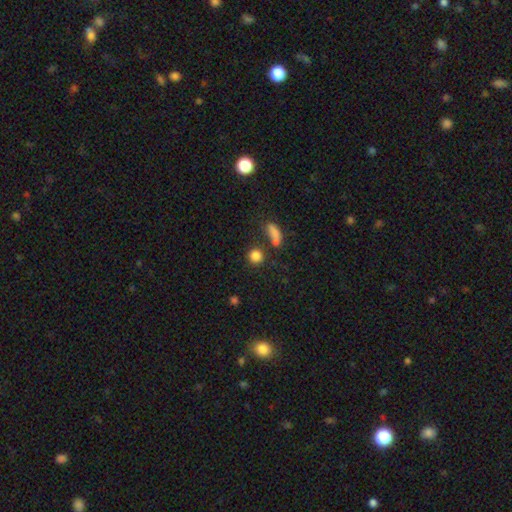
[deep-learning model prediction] smooth-or-featured: smooth: 84% | star or artifact: 11% | featured or disk: 5%
  how-rounded: round: 87% | in between: 11% | cigar-shaped: 2%
  merging: none: 73% | merger: 13% | minor disturbance: 9% | major disturbance: 5%